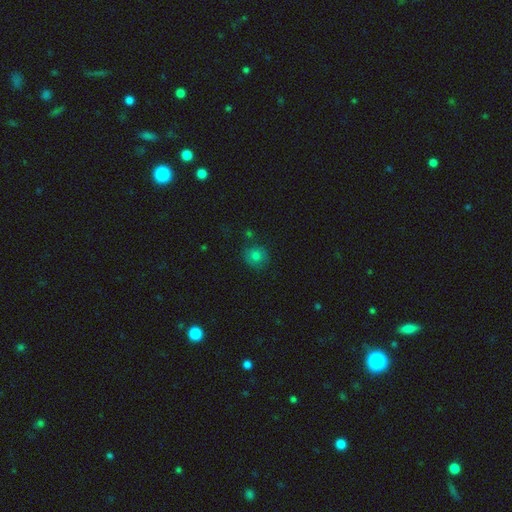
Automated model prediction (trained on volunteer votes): smooth-or-featured: smooth: 75% | star or artifact: 14% | featured or disk: 12%
  how-rounded: round: 89% | in between: 10% | cigar-shaped: 1%
  merging: none: 78% | minor disturbance: 14% | merger: 4% | major disturbance: 4%